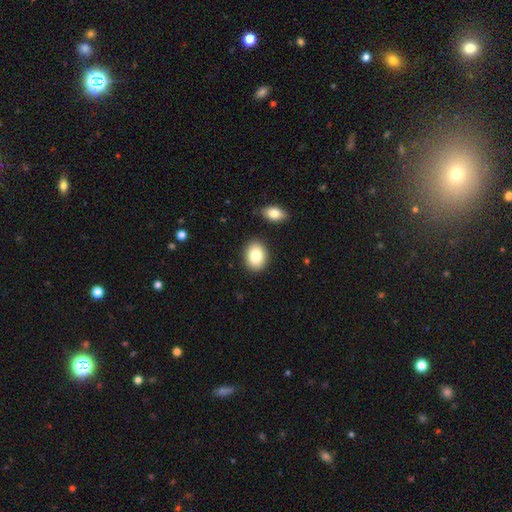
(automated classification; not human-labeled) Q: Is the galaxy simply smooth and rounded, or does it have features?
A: smooth — 82%.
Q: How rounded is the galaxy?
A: in between — 72%.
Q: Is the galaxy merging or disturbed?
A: none — 87%.